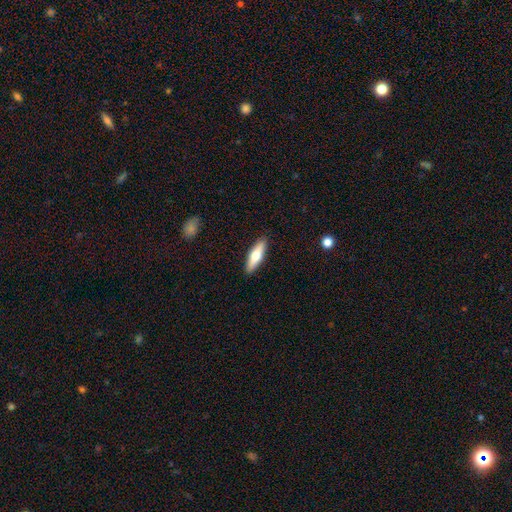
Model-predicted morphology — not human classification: This is possibly a smooth galaxy (60%). How rounded: possibly cigar-shaped (58%). Merging: clearly none (90%).